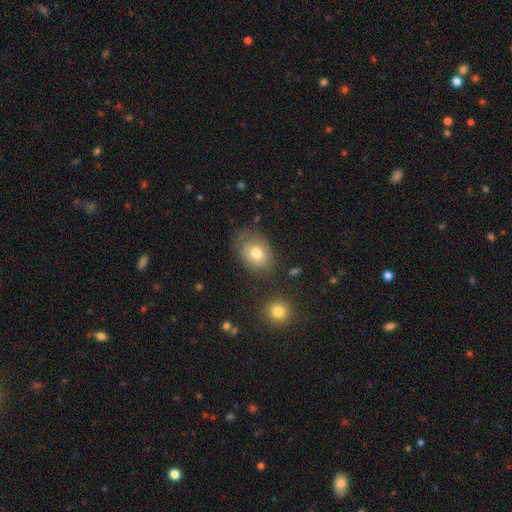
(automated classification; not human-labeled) smooth-or-featured: smooth: 61% | featured or disk: 27% | star or artifact: 12%
  how-rounded: in between: 71% | round: 28% | cigar-shaped: 1%
  merging: none: 70% | minor disturbance: 20% | major disturbance: 7% | merger: 4%